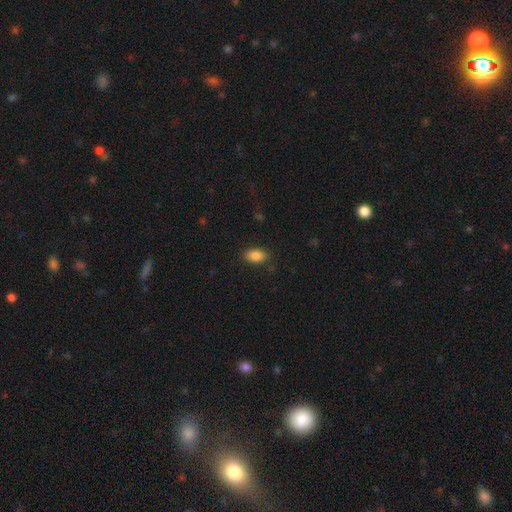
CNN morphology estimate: smooth_or_featured: smooth (p=0.87) [alt: star or artifact p=0.08]
how_rounded: in between (p=0.91) [alt: round p=0.07]
merging: none (p=0.86) [alt: minor disturbance p=0.10]